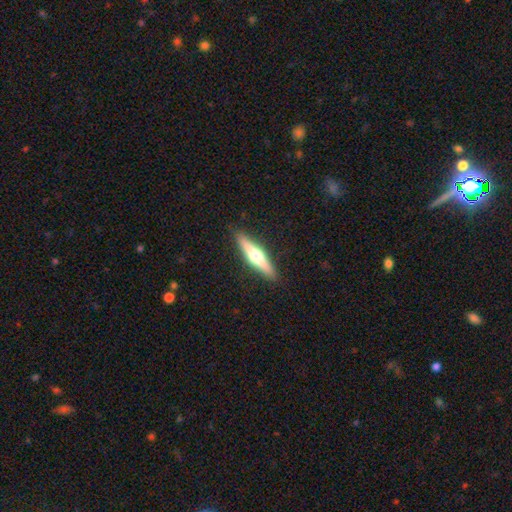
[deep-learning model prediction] smooth_or_featured: featured or disk (p=0.61) [alt: smooth p=0.34]
disk_edge_on: yes (p=0.96) [alt: no p=0.04]
edge_on_bulge: rounded (p=0.94) [alt: boxy p=0.03]
merging: none (p=0.90) [alt: minor disturbance p=0.07]